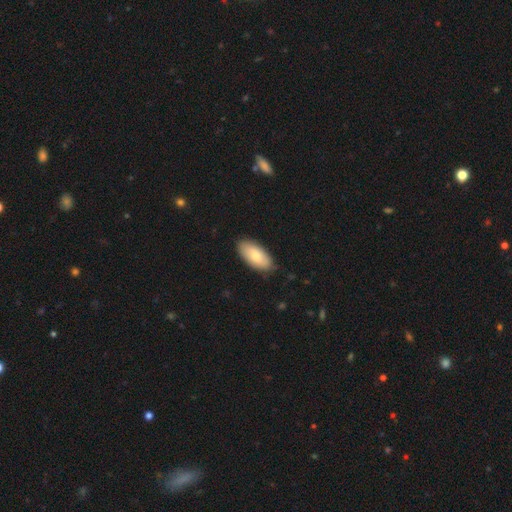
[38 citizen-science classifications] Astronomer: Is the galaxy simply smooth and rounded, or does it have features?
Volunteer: smooth — 87%.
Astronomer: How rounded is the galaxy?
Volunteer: in between — 100%.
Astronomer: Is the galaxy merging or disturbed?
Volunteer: none — 84%.